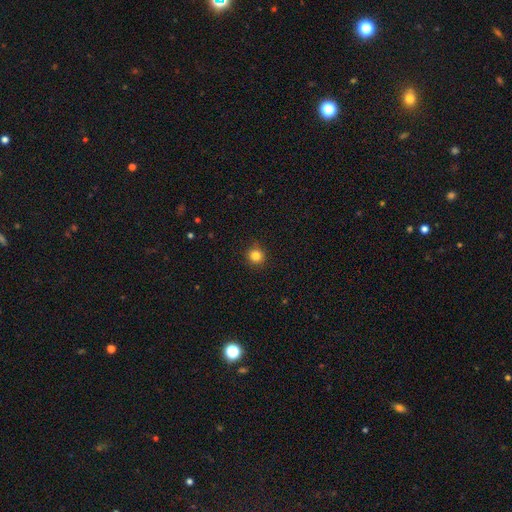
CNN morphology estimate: smooth_or_featured: smooth (p=0.83) [alt: star or artifact p=0.12]
how_rounded: round (p=0.92) [alt: in between p=0.07]
merging: none (p=0.91) [alt: minor disturbance p=0.06]